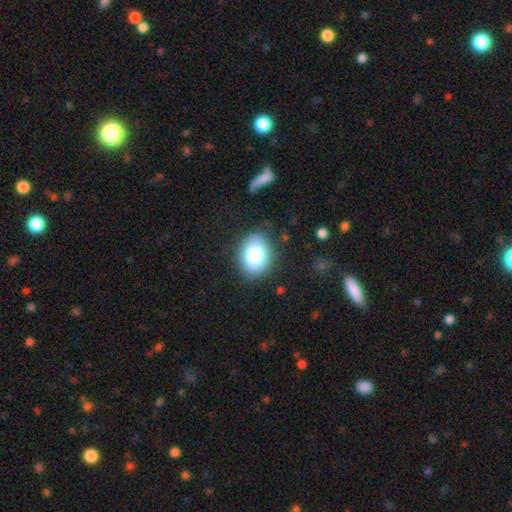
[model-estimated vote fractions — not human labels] This is likely a smooth galaxy (78%). How rounded: likely in between (62%). Merging: clearly none (83%).